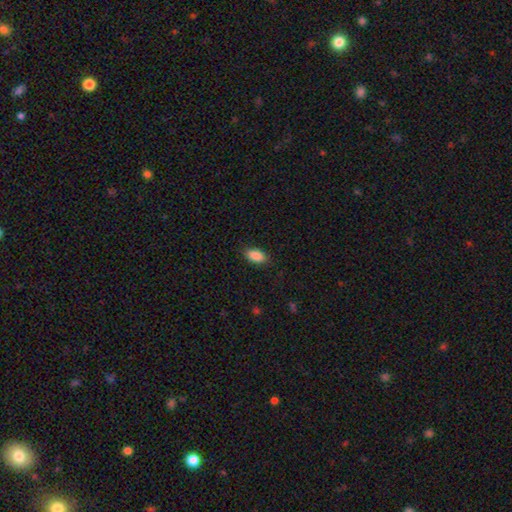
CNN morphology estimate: Q: Smooth or featured?
A: smooth (89%); runner-up: star or artifact (7%)
Q: How rounded?
A: in between (92%); runner-up: cigar-shaped (4%)
Q: Merging?
A: none (85%); runner-up: minor disturbance (11%)